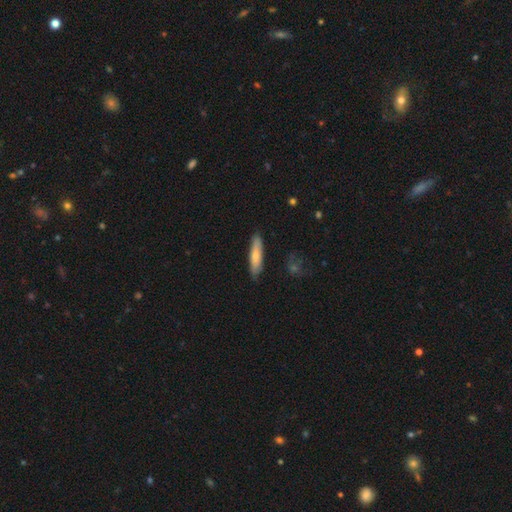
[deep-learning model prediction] This appears to be a smooth galaxy with no disk features (73%) that is cigar-shaped (79%). Merging: none (85%).